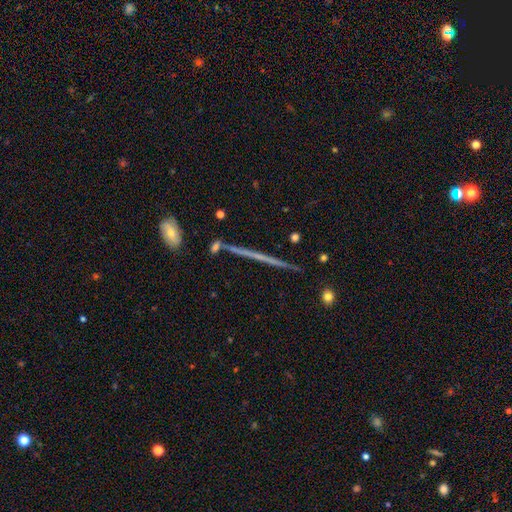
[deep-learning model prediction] This appears to be a featured or disk galaxy (68%) viewed edge-on (97%) with no central bulge (71%). Merging: none (89%).